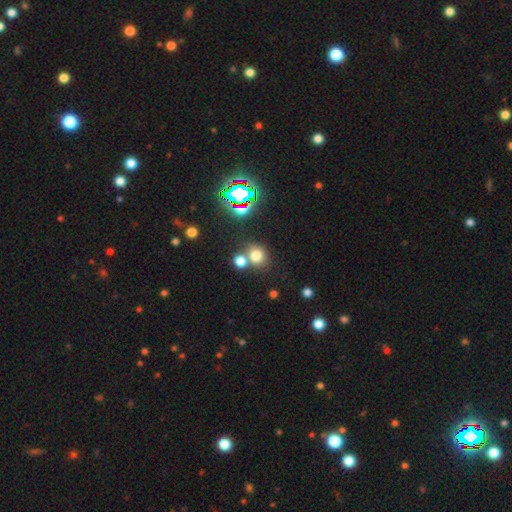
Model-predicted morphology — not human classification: This is likely a smooth galaxy (70%). How rounded: clearly round (81%). Merging: possibly none (57%).